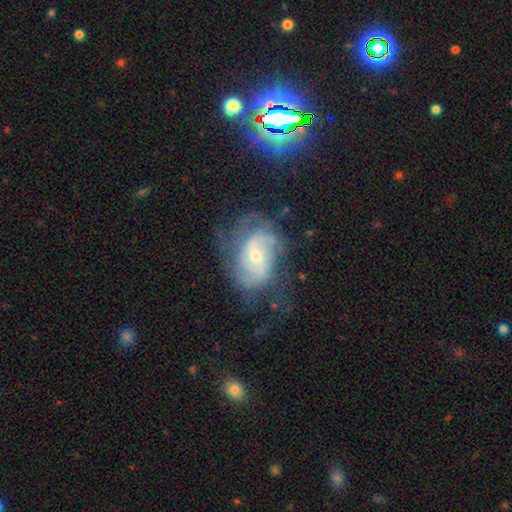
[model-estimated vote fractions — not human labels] Smooth or featured? featured or disk (82%)
Edge-on disk? no (97%)
Bar? no (53%)
Spiral arms? yes (94%)
Spiral winding? tight (43%)
Spiral arm count? 2 (47%)
Bulge size? small (60%)
Merging? none (59%)